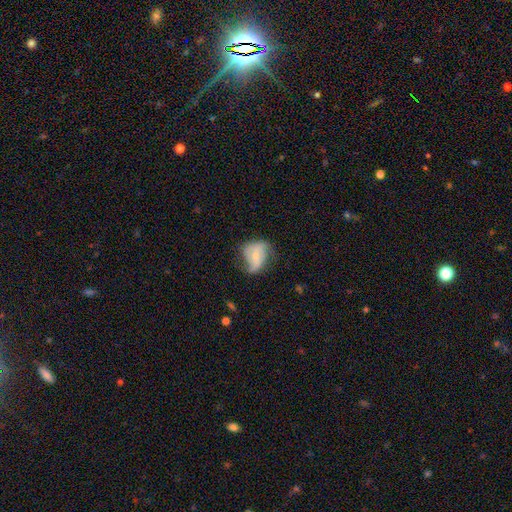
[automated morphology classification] Smooth or featured? Predicted: featured or disk (p=0.53). Edge-on disk? Predicted: no (p=0.96). Bar? Predicted: no (p=0.49). Spiral arms? Predicted: yes (p=0.75). Bulge size? Predicted: small (p=0.60). Merging? Predicted: none (p=0.41).